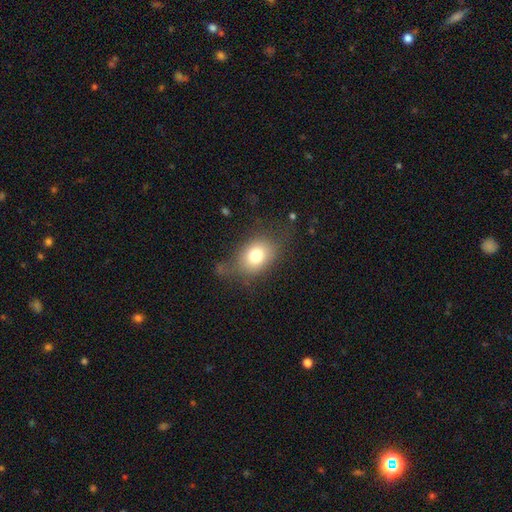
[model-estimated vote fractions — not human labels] This appears to be a smooth galaxy with no disk features (75%) that is in between round and cigar-shaped (62%). Merging: none (60%).